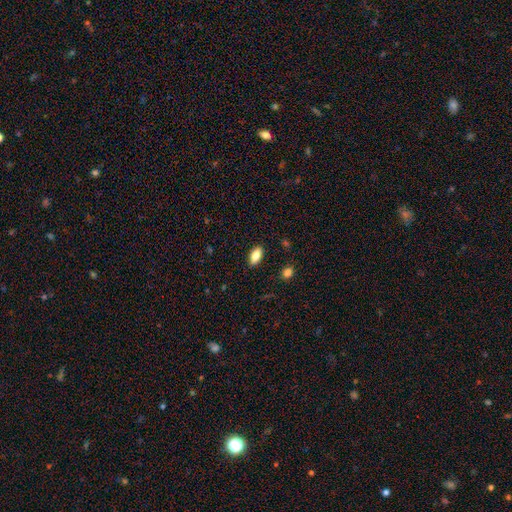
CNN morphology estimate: Smooth or featured? smooth (80%)
How rounded? in between (89%)
Merging? none (88%)